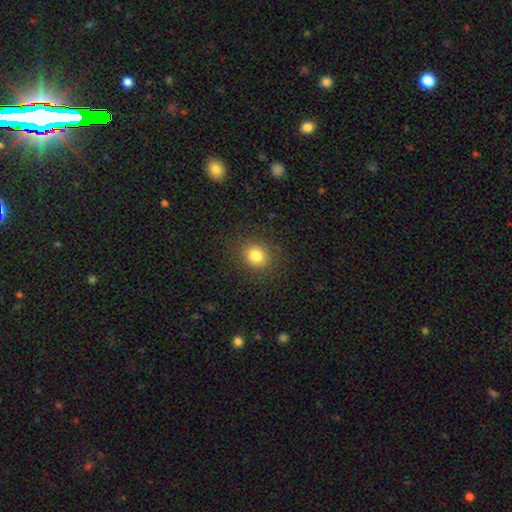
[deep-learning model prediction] A smooth galaxy with no disk features (81%) that is round (73%).

Vote fractions:
- Smooth or featured? smooth: 81% / star or artifact: 12% / featured or disk: 6%
- How rounded? round: 73% / in between: 26% / cigar-shaped: 1%
- Merging? none: 86% / minor disturbance: 9% / major disturbance: 4% / merger: 1%